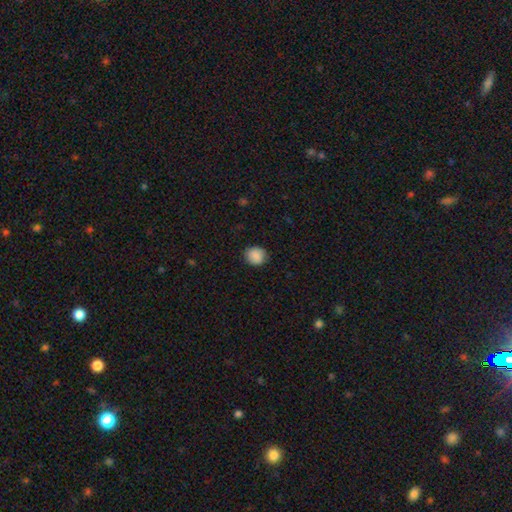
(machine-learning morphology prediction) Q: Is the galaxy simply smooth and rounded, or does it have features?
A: smooth — 88%.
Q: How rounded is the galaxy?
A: round — 82%.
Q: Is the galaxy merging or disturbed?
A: none — 86%.